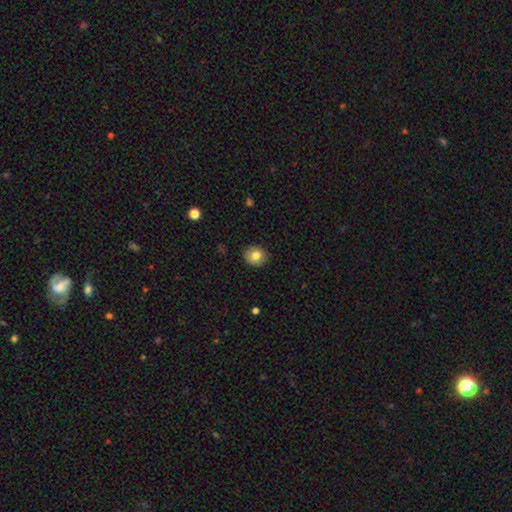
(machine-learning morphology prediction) A smooth galaxy with no disk features (79%) that is round (71%).

Vote fractions:
- Smooth or featured? smooth: 79% / featured or disk: 12% / star or artifact: 9%
- How rounded? round: 71% / in between: 28% / cigar-shaped: 1%
- Merging? none: 88% / minor disturbance: 9% / major disturbance: 2% / merger: 1%